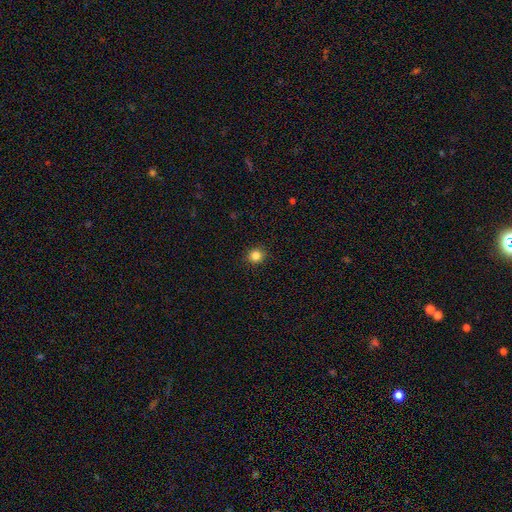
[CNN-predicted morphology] Q: Smooth or featured?
A: smooth (84%); runner-up: star or artifact (12%)
Q: How rounded?
A: round (91%); runner-up: in between (8%)
Q: Merging?
A: none (92%); runner-up: minor disturbance (5%)